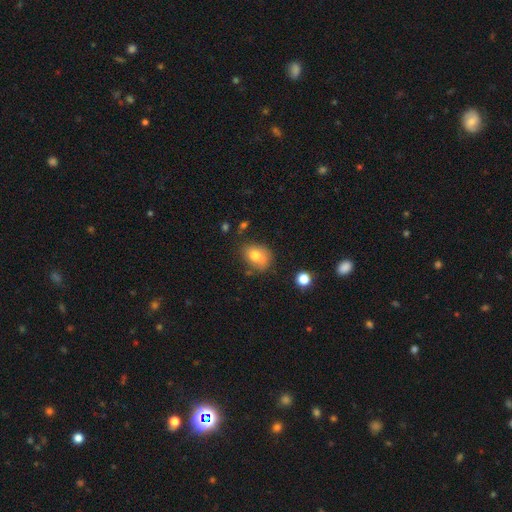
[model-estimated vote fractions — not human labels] This appears to be a smooth galaxy with no disk features (78%) that is in between round and cigar-shaped (61%). Merging: none (63%).